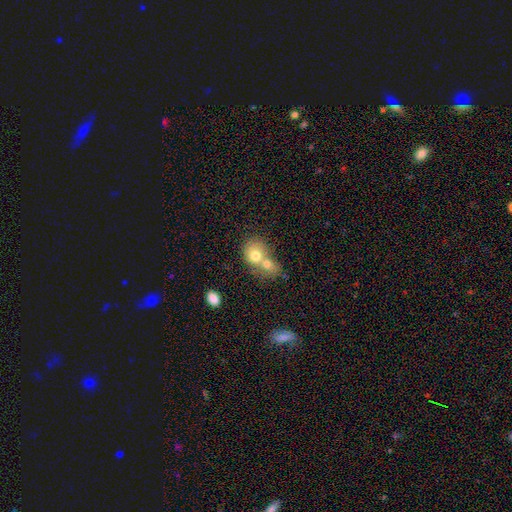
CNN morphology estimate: Smooth or featured: smooth — 72% (featured or disk — 19%)
How rounded: round — 63% (in between — 36%)
Merging: merger — 72% (none — 19%)